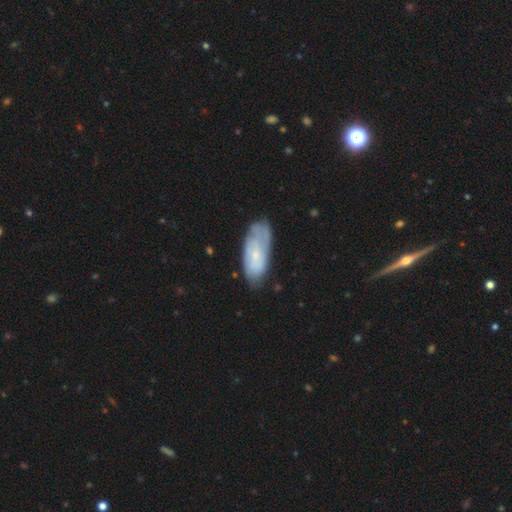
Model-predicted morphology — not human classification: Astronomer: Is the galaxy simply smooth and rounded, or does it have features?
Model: featured or disk — 48% (runner-up: smooth, 45%).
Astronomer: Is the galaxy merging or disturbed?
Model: none — 64%.